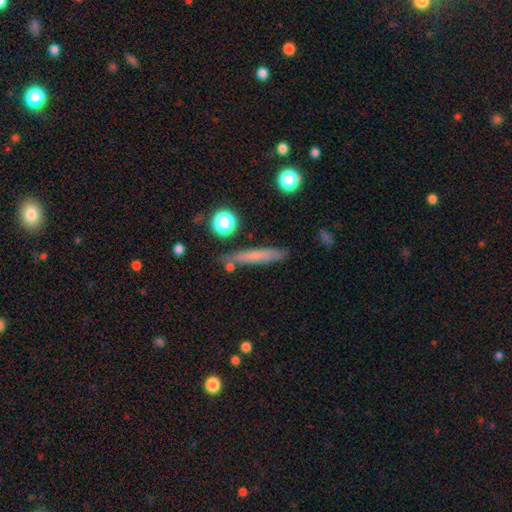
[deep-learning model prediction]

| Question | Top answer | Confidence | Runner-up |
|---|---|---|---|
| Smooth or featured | smooth | 63% | featured or disk (28%) |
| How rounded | cigar-shaped | 91% | in between (6%) |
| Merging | none | 82% | minor disturbance (11%) |